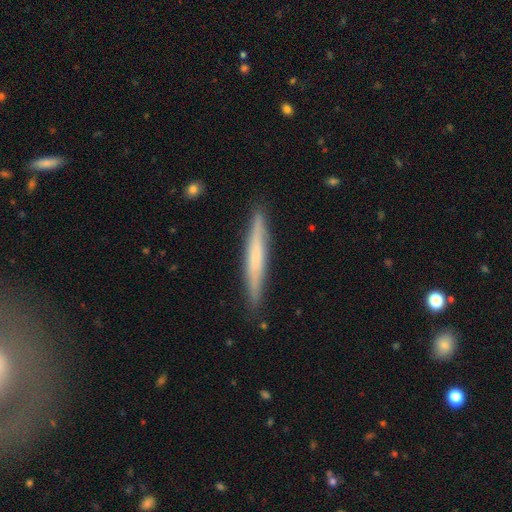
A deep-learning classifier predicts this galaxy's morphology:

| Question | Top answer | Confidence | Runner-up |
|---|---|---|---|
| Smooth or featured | smooth | 52% | featured or disk (43%) |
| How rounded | cigar-shaped | 96% | in between (3%) |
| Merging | none | 90% | minor disturbance (8%) |